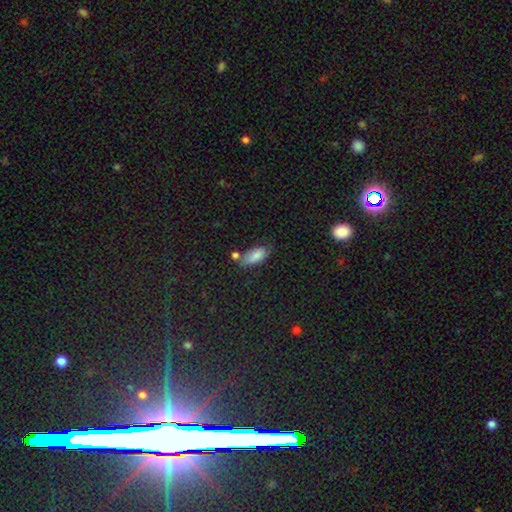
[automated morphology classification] Overall: smooth (82%). How rounded: in between (88%). Merging: none (58%; minor disturbance 23%).